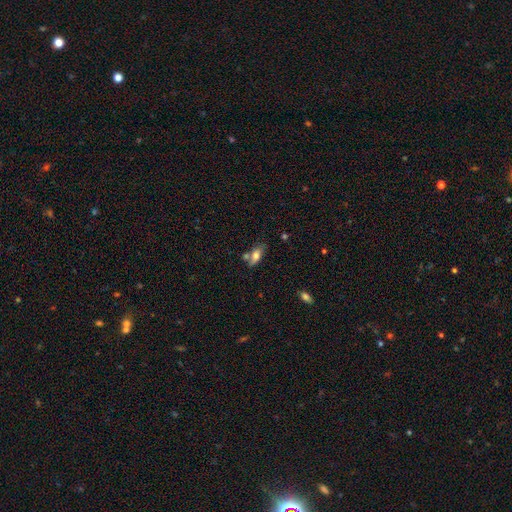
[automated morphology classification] Q: Smooth or featured?
A: smooth (65%); runner-up: featured or disk (26%)
Q: How rounded?
A: in between (76%); runner-up: cigar-shaped (19%)
Q: Merging?
A: none (51%); runner-up: merger (23%)